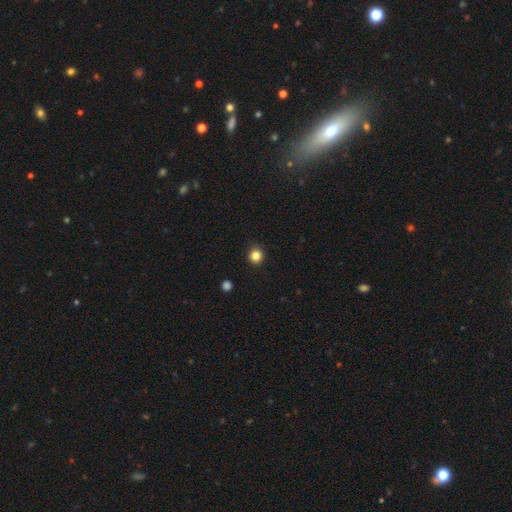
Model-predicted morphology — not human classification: smooth 85%, star or artifact 12%, featured or disk 4%. Down the decision tree: how rounded — round (92%); merging — none (92%).